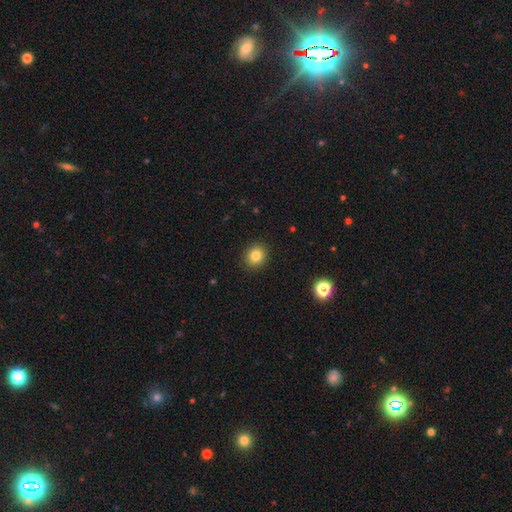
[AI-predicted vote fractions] A smooth galaxy with no disk features (83%) that is round (77%). Merging: none (91%).